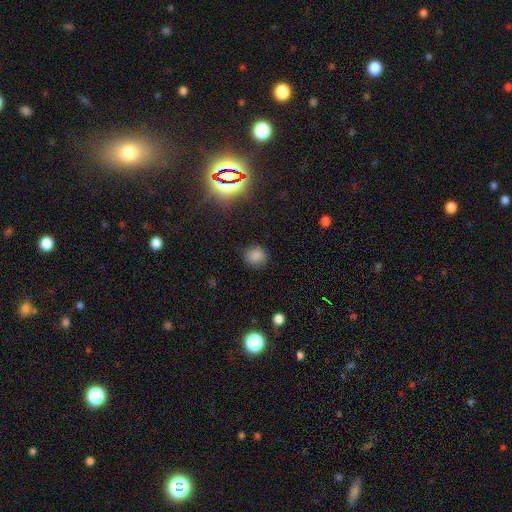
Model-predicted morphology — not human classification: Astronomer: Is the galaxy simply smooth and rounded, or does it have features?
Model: smooth — 78%.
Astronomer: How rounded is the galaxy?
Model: round — 75%.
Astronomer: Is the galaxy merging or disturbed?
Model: none — 84%.